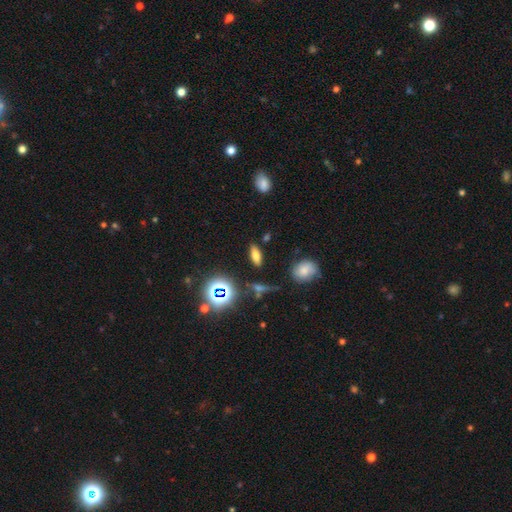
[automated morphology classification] This is likely a smooth galaxy (65%). How rounded: likely in between (64%). Merging: clearly none (84%).